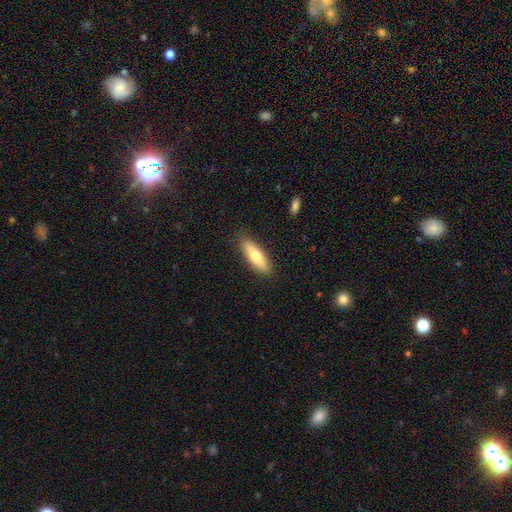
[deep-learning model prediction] This appears to be a smooth galaxy with no disk features (71%) that is cigar-shaped (53%). Merging: none (88%).